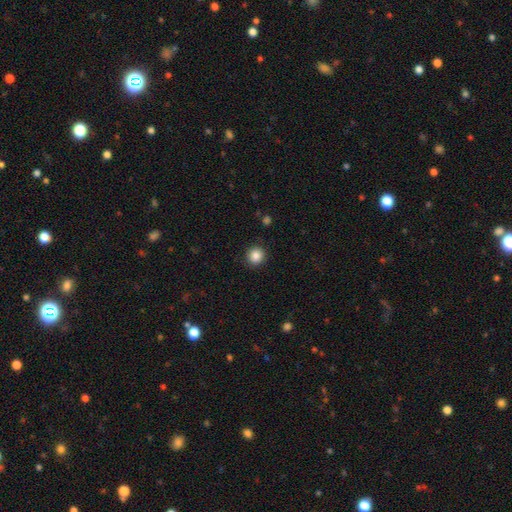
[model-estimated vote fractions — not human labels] Q: Smooth or featured?
A: smooth (86%); runner-up: star or artifact (10%)
Q: How rounded?
A: round (91%); runner-up: in between (8%)
Q: Merging?
A: none (91%); runner-up: minor disturbance (6%)